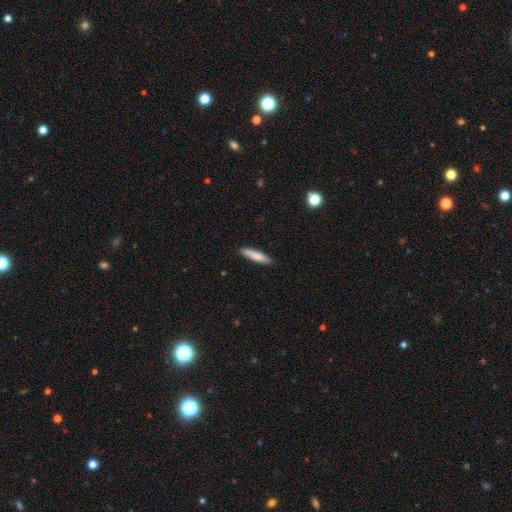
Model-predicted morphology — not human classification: This is clearly a smooth galaxy (82%). How rounded: clearly cigar-shaped (83%). Merging: clearly none (87%).